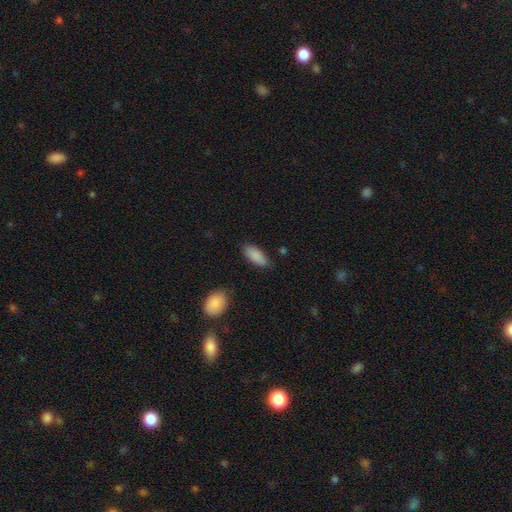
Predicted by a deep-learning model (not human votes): This appears to be a smooth galaxy with no disk features (88%) that is in between round and cigar-shaped (86%). Merging: none (80%).